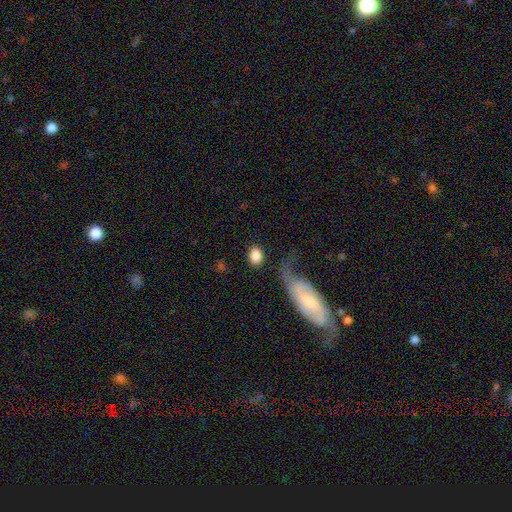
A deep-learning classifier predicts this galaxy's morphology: This appears to be a smooth galaxy with no disk features (84%) that is in between round and cigar-shaped (76%). Merging: none (71%).